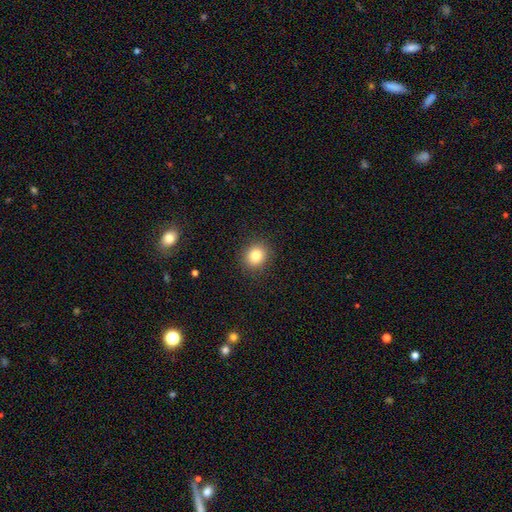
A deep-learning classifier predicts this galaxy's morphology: smooth-or-featured: smooth: 82% | star or artifact: 12% | featured or disk: 7%
  how-rounded: round: 80% | in between: 19% | cigar-shaped: 1%
  merging: none: 90% | minor disturbance: 7% | major disturbance: 2% | merger: 1%